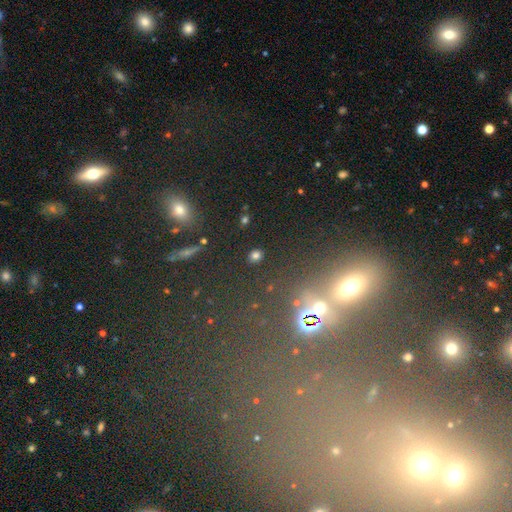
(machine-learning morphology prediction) This appears to be a smooth galaxy with no disk features (76%) that is round (56%). Merging: none (88%).